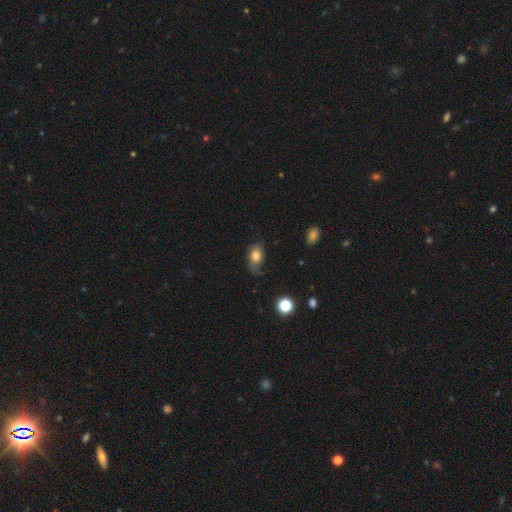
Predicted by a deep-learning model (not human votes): Smooth or featured? Predicted: smooth (p=0.68). How rounded? Predicted: in between (p=0.82). Merging? Predicted: none (p=0.51).